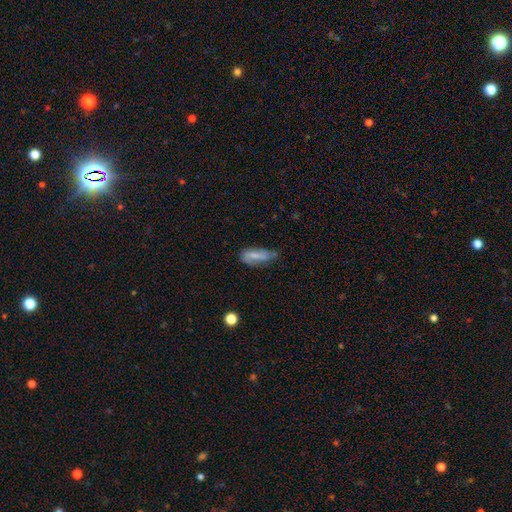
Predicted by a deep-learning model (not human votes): Smooth or featured? Predicted: smooth (p=0.59). How rounded? Predicted: in between (p=0.67). Merging? Predicted: none (p=0.48).